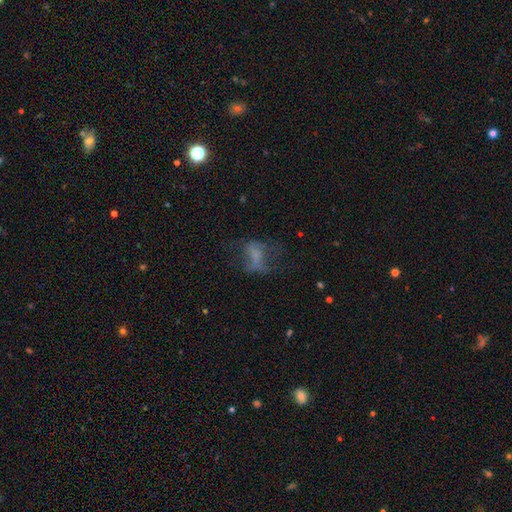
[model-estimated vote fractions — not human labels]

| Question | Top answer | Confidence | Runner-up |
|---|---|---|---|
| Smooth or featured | smooth | 41% | tied: featured or disk (41%) |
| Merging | major disturbance | 41% | none (37%) |